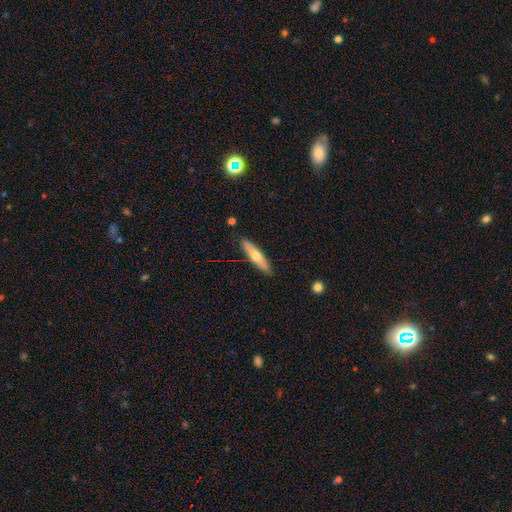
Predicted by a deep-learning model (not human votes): Smooth or featured? smooth (58%)
How rounded? cigar-shaped (81%)
Merging? none (88%)